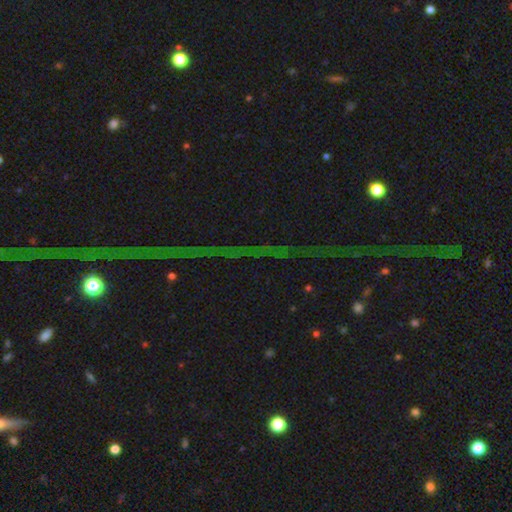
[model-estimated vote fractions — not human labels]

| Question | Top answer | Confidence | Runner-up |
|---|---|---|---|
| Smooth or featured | star or artifact | 79% | featured or disk (12%) |